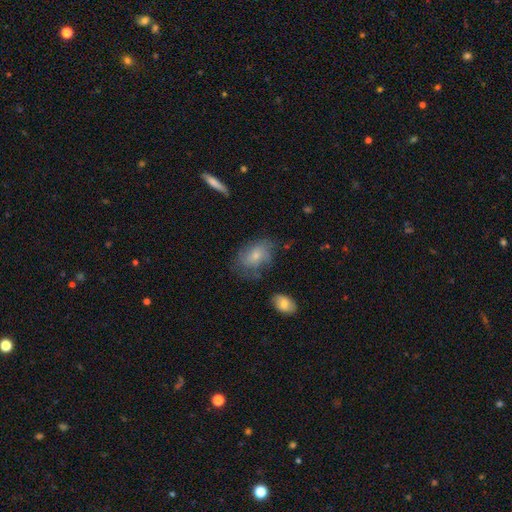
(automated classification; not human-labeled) Overall: smooth (62%; featured or disk 29%). How rounded: in between (80%). Merging: none (55%; minor disturbance 27%).